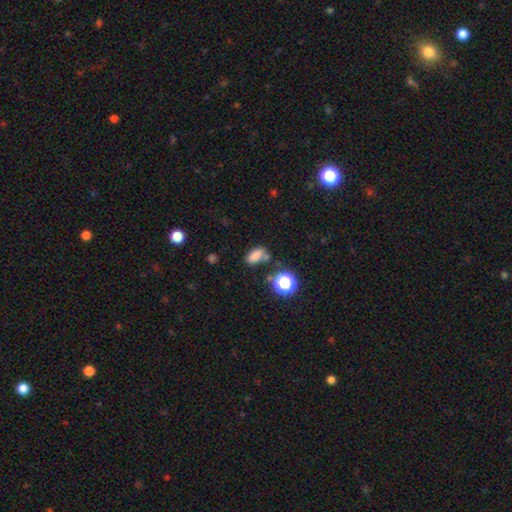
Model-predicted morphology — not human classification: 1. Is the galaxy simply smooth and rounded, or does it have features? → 74% smooth, 17% star or artifact, 8% featured or disk.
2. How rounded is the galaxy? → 79% in between, 15% round, 6% cigar-shaped.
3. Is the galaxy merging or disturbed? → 55% none, 22% minor disturbance, 15% merger, 9% major disturbance.